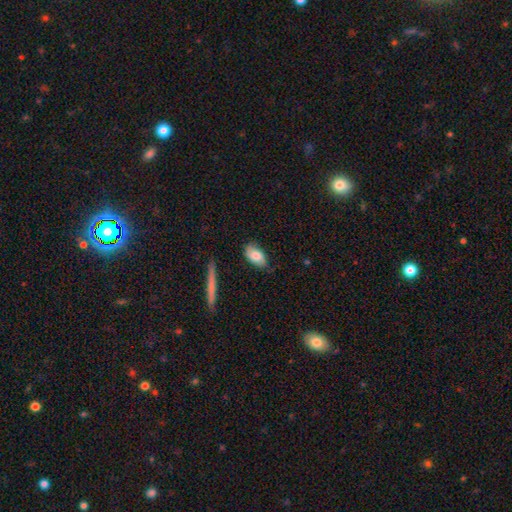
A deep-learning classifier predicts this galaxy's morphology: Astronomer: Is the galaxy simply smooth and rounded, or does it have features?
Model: smooth — 76%.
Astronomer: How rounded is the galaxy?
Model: in between — 91%.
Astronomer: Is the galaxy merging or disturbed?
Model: none — 69%.